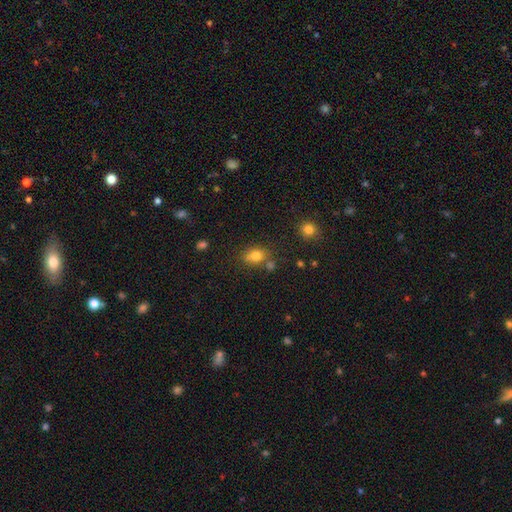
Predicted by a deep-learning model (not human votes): A smooth galaxy with no disk features (80%) that is in between round and cigar-shaped (61%). Merging: none (62%).